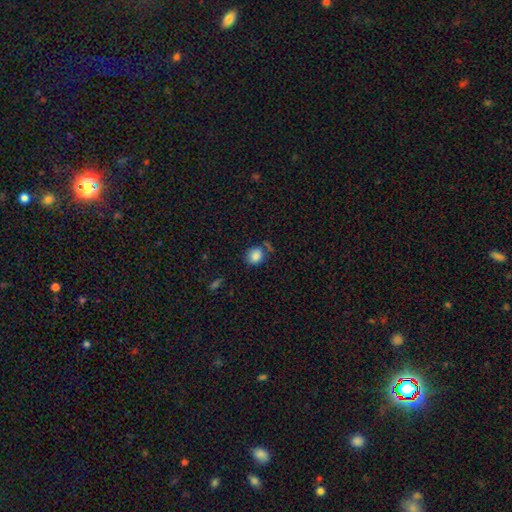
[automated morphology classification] Smooth or featured?
  - smooth: 85% *
  - star or artifact: 10%
  - featured or disk: 5%
How rounded?
  - round: 66% *
  - in between: 33%
  - cigar-shaped: 1%
Merging?
  - none: 67% *
  - minor disturbance: 18%
  - merger: 9%
  - major disturbance: 7%